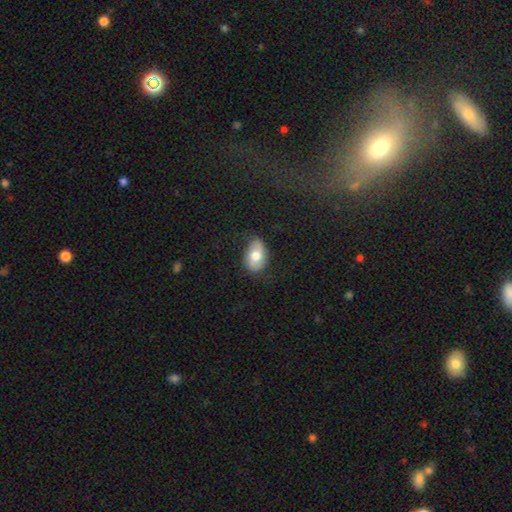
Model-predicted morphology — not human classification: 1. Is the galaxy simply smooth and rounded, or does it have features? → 63% smooth, 30% featured or disk, 7% star or artifact.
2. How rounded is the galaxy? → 86% in between, 12% round, 1% cigar-shaped.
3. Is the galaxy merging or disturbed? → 72% none, 21% minor disturbance, 6% major disturbance, 1% merger.